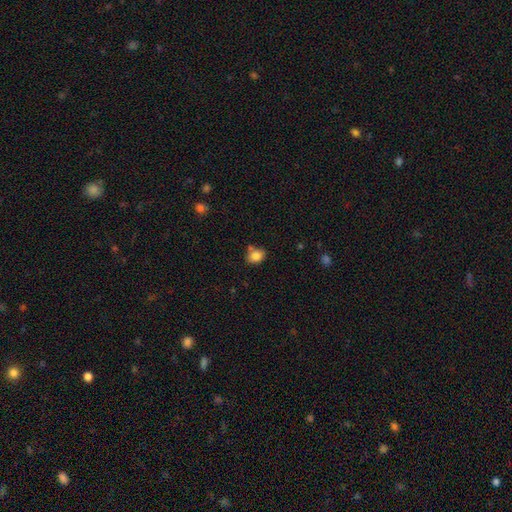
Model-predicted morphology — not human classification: Smooth or featured?
  - smooth: 84% *
  - star or artifact: 9%
  - featured or disk: 7%
How rounded?
  - in between: 57% *
  - round: 42%
  - cigar-shaped: 1%
Merging?
  - none: 64% *
  - minor disturbance: 19%
  - merger: 12%
  - major disturbance: 5%